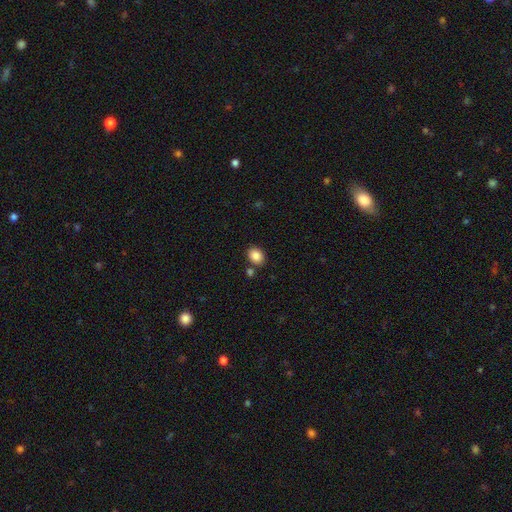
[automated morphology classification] Smooth or featured: smooth — 87% (star or artifact — 9%)
How rounded: in between — 57% (round — 42%)
Merging: none — 79% (minor disturbance — 10%)